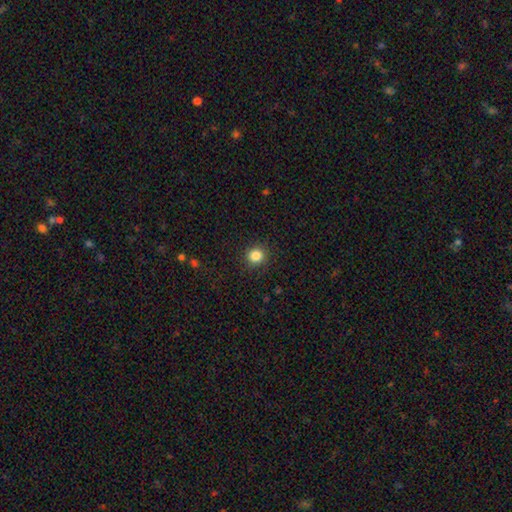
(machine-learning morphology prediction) The model was most divided on "smooth or featured": smooth: 85%, star or artifact: 11%, featured or disk: 4%. More confident: merging — none (90%); how rounded — round (90%).